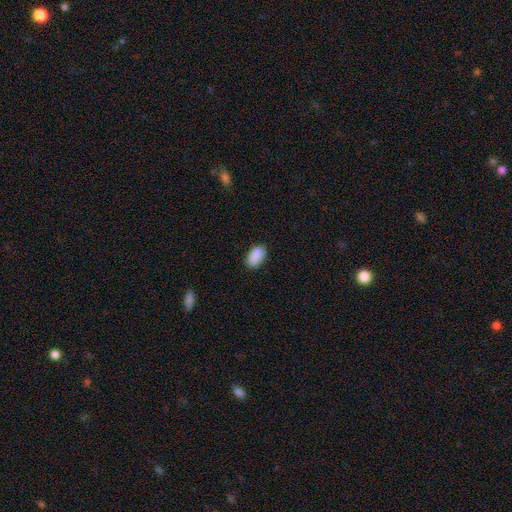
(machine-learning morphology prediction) A smooth galaxy with no disk features (89%) that is in between round and cigar-shaped (93%).

Vote fractions:
- Smooth or featured? smooth: 89% / star or artifact: 7% / featured or disk: 3%
- How rounded? in between: 93% / round: 5% / cigar-shaped: 2%
- Merging? none: 84% / minor disturbance: 12% / major disturbance: 3% / merger: 1%